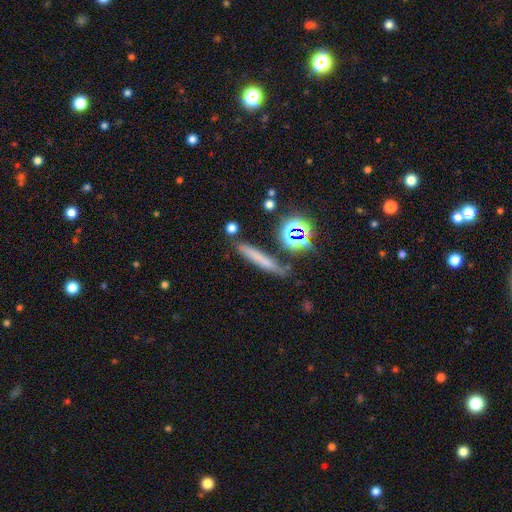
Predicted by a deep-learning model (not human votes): The model was most divided on "smooth or featured": smooth: 59%, featured or disk: 23%, star or artifact: 19%. More confident: how rounded — cigar-shaped (86%); merging — none (78%).